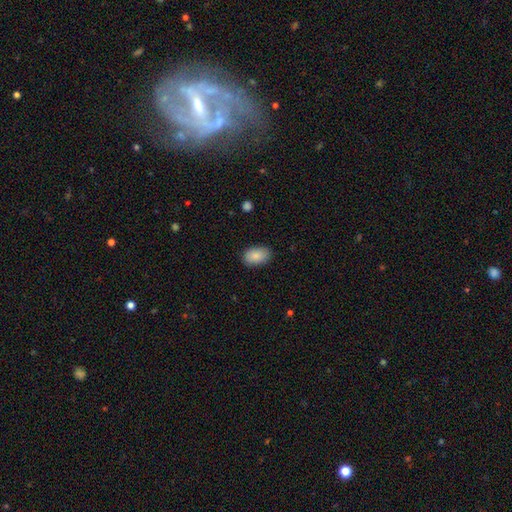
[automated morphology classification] Q: Smooth or featured?
A: smooth (86%); runner-up: featured or disk (7%)
Q: How rounded?
A: in between (91%); runner-up: round (8%)
Q: Merging?
A: none (85%); runner-up: minor disturbance (11%)